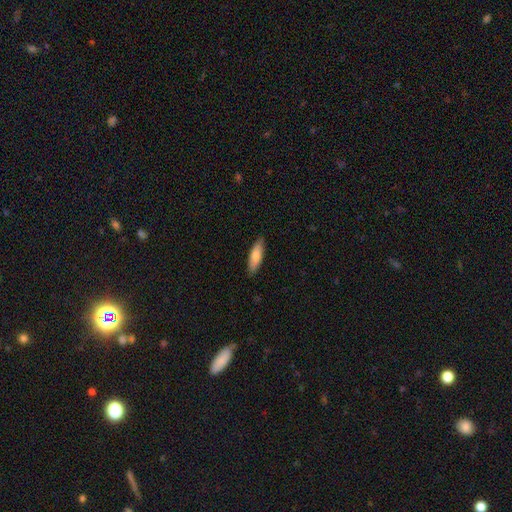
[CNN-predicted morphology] Smooth or featured? smooth (80%)
How rounded? cigar-shaped (51%)
Merging? none (88%)